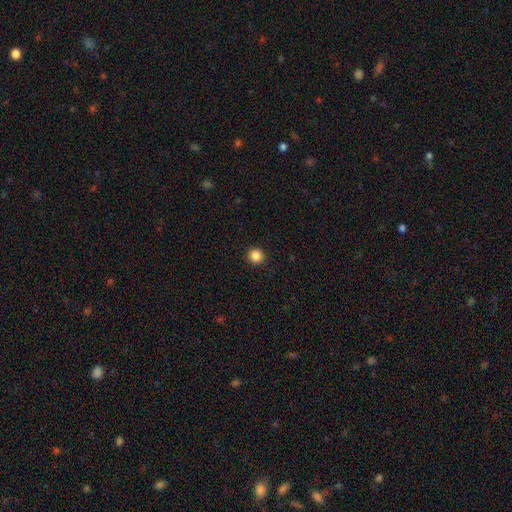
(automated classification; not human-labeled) smooth-or-featured: smooth: 86% | star or artifact: 11% | featured or disk: 3%
  how-rounded: round: 93% | in between: 6% | cigar-shaped: 1%
  merging: none: 93% | minor disturbance: 4% | major disturbance: 2% | merger: 1%